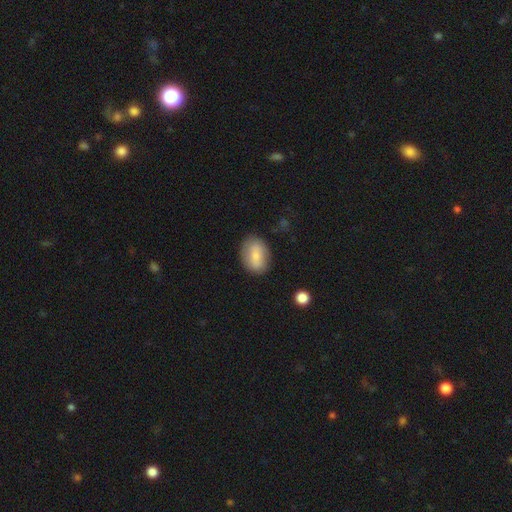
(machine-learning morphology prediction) The model was most divided on "smooth or featured": smooth: 76%, featured or disk: 17%, star or artifact: 7%. More confident: how rounded — in between (81%); merging — none (80%).